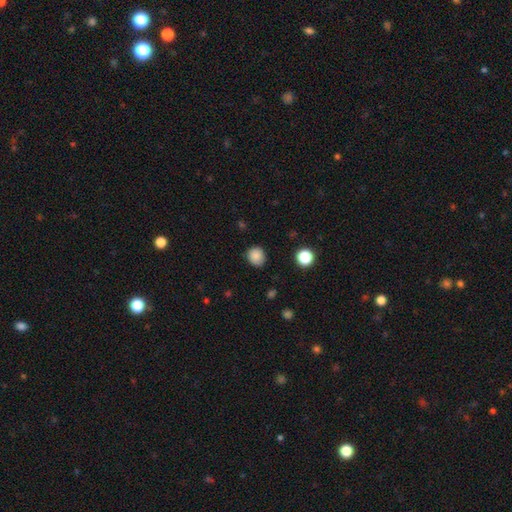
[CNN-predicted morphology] type=smooth (86%); roundness=round (81%); merging=none (84%).